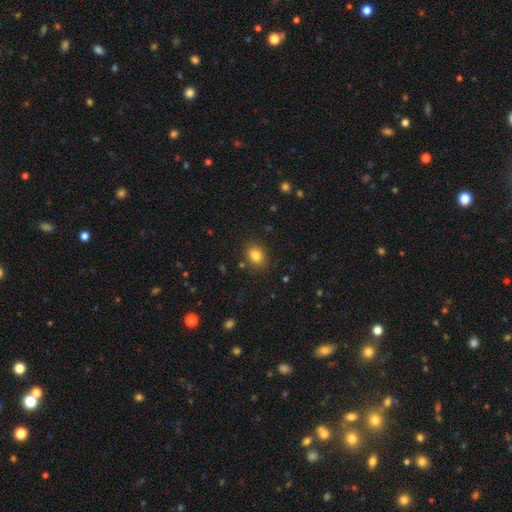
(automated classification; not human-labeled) A smooth galaxy with no disk features (82%) that is in between round and cigar-shaped (53%). Merging: none (83%).